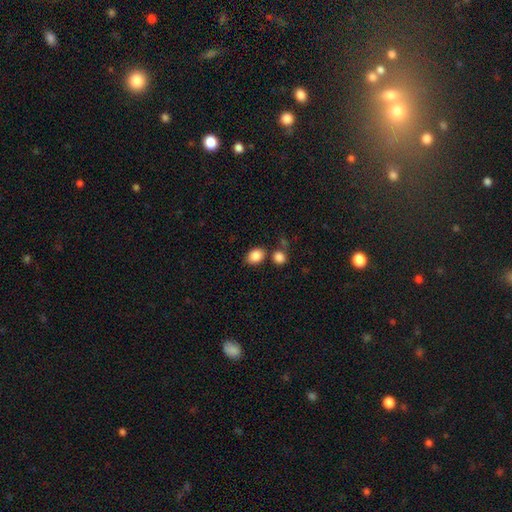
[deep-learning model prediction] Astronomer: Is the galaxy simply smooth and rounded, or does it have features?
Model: smooth — 87%.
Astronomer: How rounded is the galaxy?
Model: in between — 64%.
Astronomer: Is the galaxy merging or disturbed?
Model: none — 72%.